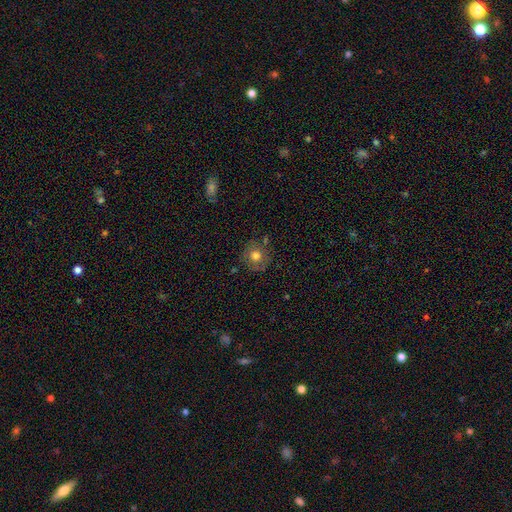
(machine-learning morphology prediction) smooth_or_featured: smooth (p=0.73) [alt: featured or disk p=0.16]
how_rounded: round (p=0.91) [alt: in between p=0.08]
merging: none (p=0.79) [alt: minor disturbance p=0.13]